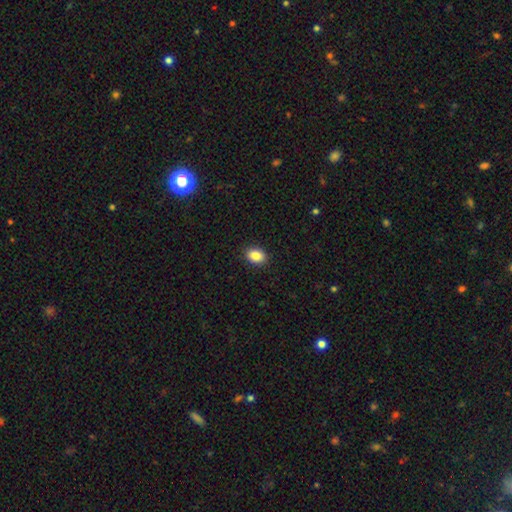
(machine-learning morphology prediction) smooth-or-featured: smooth: 86% | star or artifact: 9% | featured or disk: 5%
  how-rounded: in between: 73% | round: 26% | cigar-shaped: 1%
  merging: none: 91% | minor disturbance: 7% | major disturbance: 2% | merger: 1%